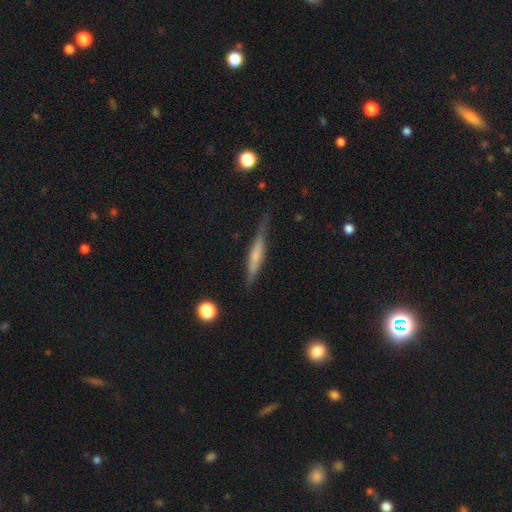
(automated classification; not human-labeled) smooth 47%, featured or disk 46%, star or artifact 7%. Down the decision tree: merging — none (75%).